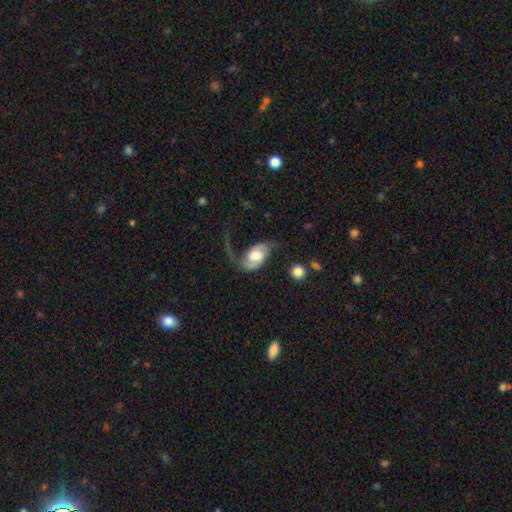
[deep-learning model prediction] This is likely a featured or disk galaxy (74%). It is clearly not viewed edge-on (96%). Bar: possibly no (48%). Spiral arm pattern: clearly yes (92%). Spiral arm count: likely 2 (76%). Spiral winding: likely loose (64%). Central bulge: possibly moderate (56%). Merging: marginally major disturbance (38%, tied with none).